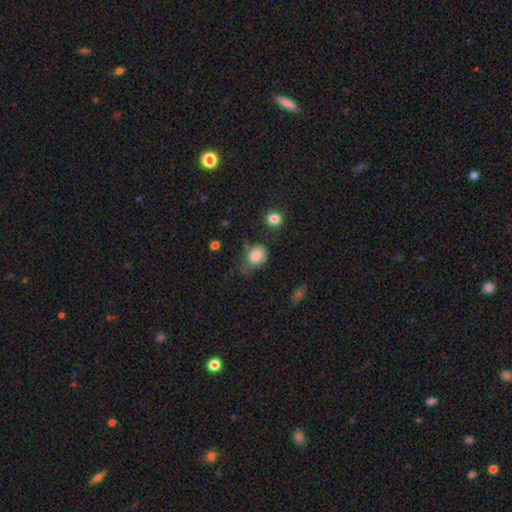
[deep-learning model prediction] Morphology: type=smooth (82%); roundness=in between (50%); merging=none (39%).